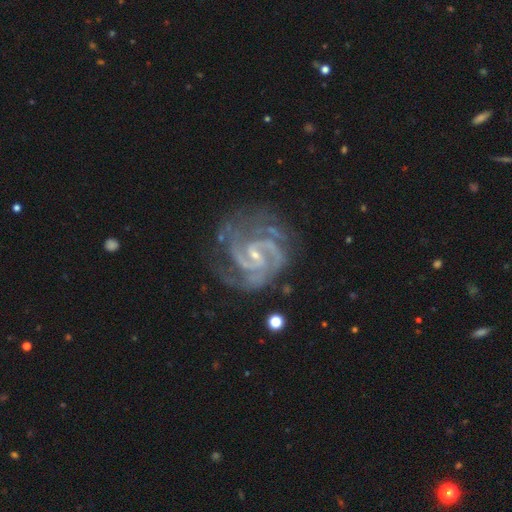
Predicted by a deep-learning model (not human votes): smooth_or_featured: featured or disk (p=0.93) [alt: star or artifact p=0.05]
disk_edge_on: no (p=0.98) [alt: yes p=0.02]
bar: weak (p=0.47) [alt: no p=0.30]
has_spiral_arms: yes (p=0.99) [alt: no p=0.01]
spiral_winding: medium (p=0.49) [alt: tight p=0.45]
spiral_arm_count: 2 (p=0.52) [alt: 3 p=0.25]
bulge_size: small (p=0.79) [alt: moderate p=0.15]
merging: none (p=0.64) [alt: minor disturbance p=0.21]